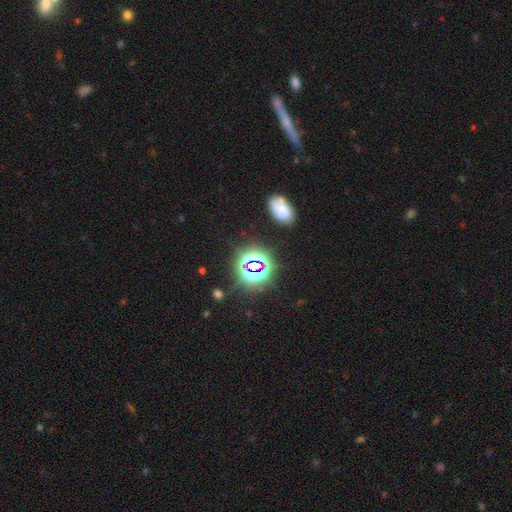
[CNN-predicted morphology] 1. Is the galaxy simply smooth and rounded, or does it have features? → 75% star or artifact, 16% smooth, 9% featured or disk.